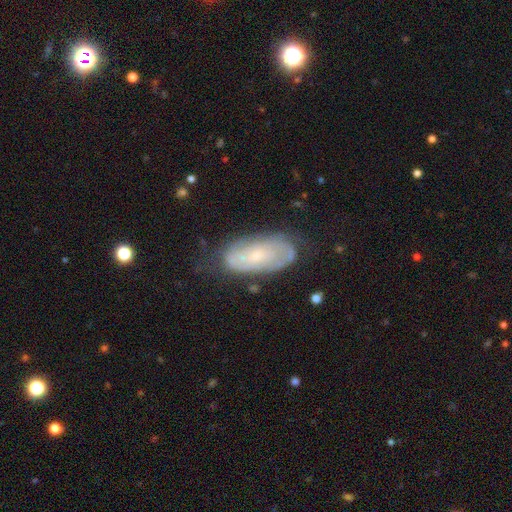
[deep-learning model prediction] This appears to be a featured or disk galaxy (65%) with no bar (71%), spiral arms (81%) and a small central bulge (74%). Merging: none (67%).